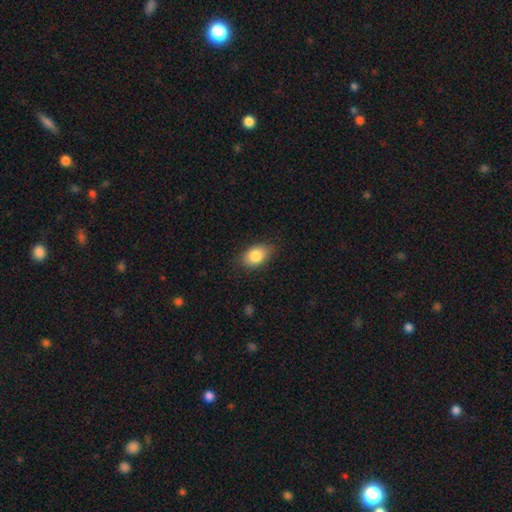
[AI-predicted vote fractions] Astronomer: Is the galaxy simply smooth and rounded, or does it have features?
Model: smooth — 83%.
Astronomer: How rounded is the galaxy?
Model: in between — 85%.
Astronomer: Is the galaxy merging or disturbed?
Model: none — 81%.